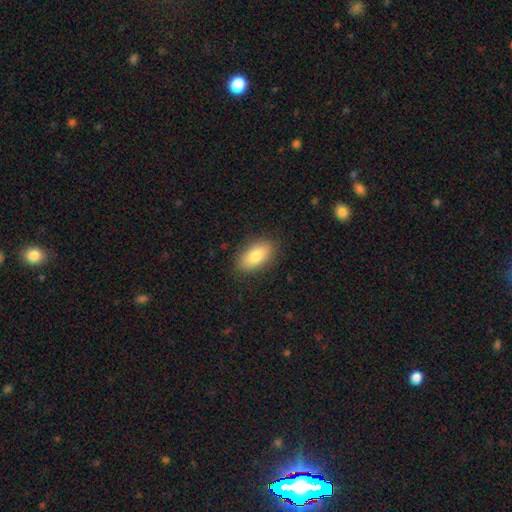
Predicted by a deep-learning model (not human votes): This appears to be a smooth galaxy with no disk features (84%) that is in between round and cigar-shaped (92%). Merging: none (87%).